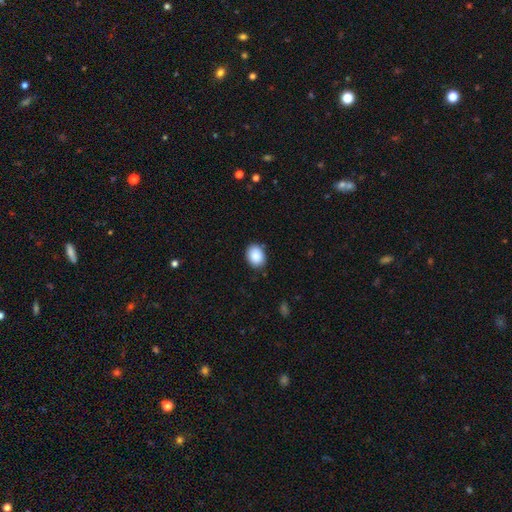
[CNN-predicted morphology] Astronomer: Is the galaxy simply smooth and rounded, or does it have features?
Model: smooth — 89%.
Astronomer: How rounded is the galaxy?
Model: in between — 62%.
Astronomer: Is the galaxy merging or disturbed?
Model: none — 85%.